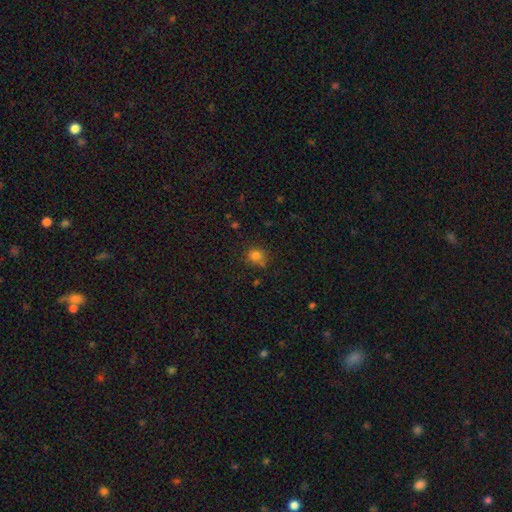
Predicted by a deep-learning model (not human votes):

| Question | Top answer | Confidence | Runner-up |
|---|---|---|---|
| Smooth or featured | smooth | 79% | star or artifact (15%) |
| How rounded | round | 80% | in between (19%) |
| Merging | none | 70% | minor disturbance (16%) |